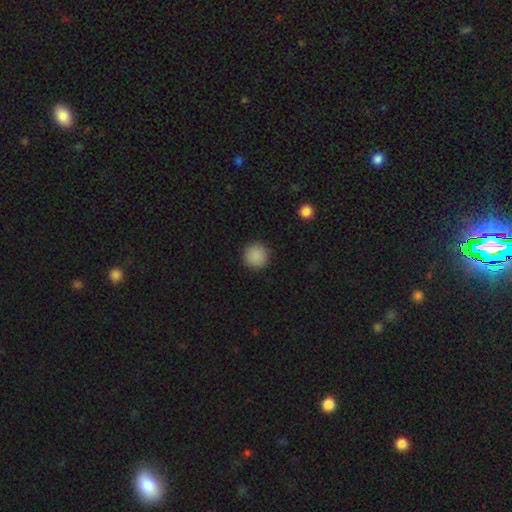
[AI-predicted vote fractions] Morphology: type=smooth (89%); roundness=round (96%); merging=none (93%).